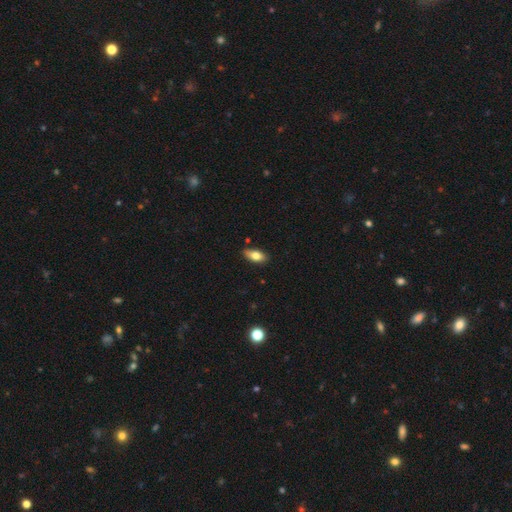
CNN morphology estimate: A smooth galaxy with no disk features (75%) that is in between round and cigar-shaped (86%).

Vote fractions:
- Smooth or featured? smooth: 75% / featured or disk: 17% / star or artifact: 7%
- How rounded? in between: 86% / cigar-shaped: 10% / round: 4%
- Merging? none: 76% / minor disturbance: 19% / major disturbance: 3% / merger: 2%